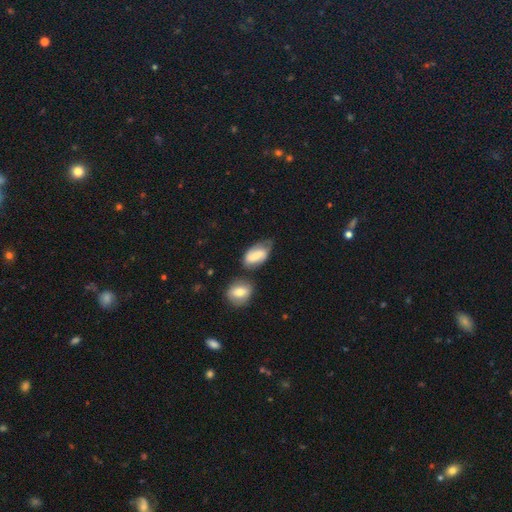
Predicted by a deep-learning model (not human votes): Smooth or featured?
  - smooth: 58% *
  - featured or disk: 35%
  - star or artifact: 8%
How rounded?
  - in between: 90% *
  - round: 6%
  - cigar-shaped: 4%
Merging?
  - none: 45% *
  - minor disturbance: 28%
  - merger: 17%
  - major disturbance: 10%